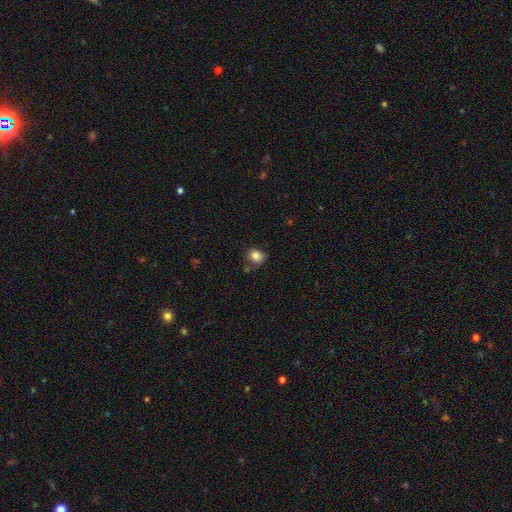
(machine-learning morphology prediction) Smooth or featured? smooth (85%)
How rounded? round (70%)
Merging? none (70%)